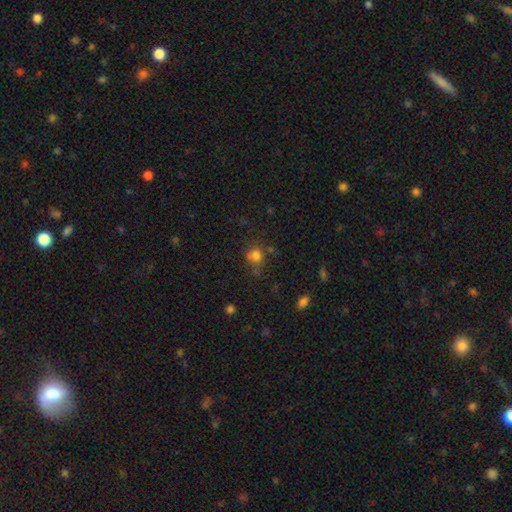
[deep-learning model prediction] smooth-or-featured: smooth: 76% | star or artifact: 16% | featured or disk: 8%
  how-rounded: round: 82% | in between: 17% | cigar-shaped: 1%
  merging: none: 64% | minor disturbance: 19% | merger: 10% | major disturbance: 8%